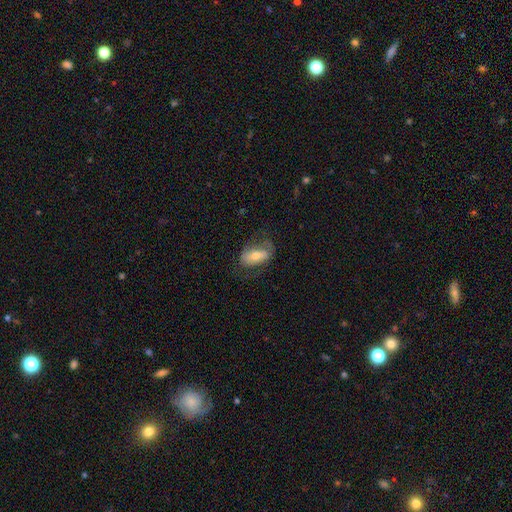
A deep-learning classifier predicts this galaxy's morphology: A smooth galaxy with no disk features (49%).

Vote fractions:
- Smooth or featured? smooth: 49% / featured or disk: 43% / star or artifact: 8%
- Merging? none: 63% / minor disturbance: 21% / major disturbance: 15% / merger: 1%